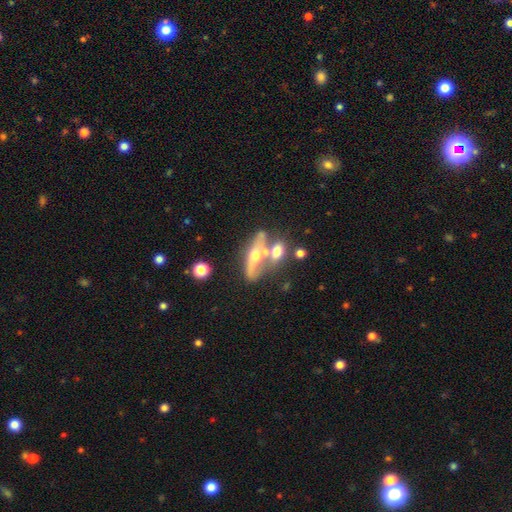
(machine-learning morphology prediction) The model was most divided on "edge-on disk": no: 52%, yes: 48%. Remaining: smooth or featured — featured or disk (64%); merging — merger (46%).